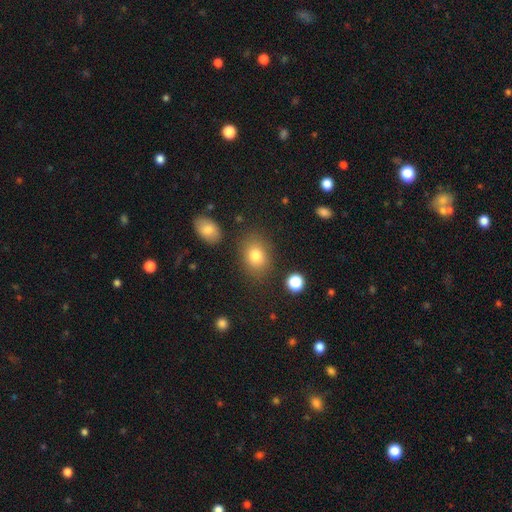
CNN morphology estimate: smooth_or_featured: smooth (p=0.80) [alt: star or artifact p=0.11]
how_rounded: in between (p=0.67) [alt: round p=0.32]
merging: none (p=0.79) [alt: minor disturbance p=0.13]